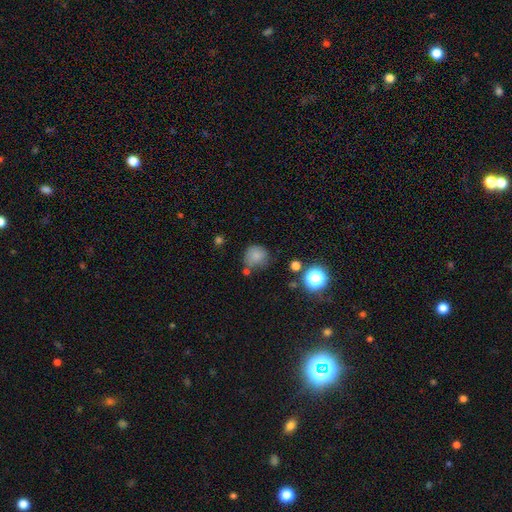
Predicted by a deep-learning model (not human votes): Smooth or featured? smooth (79%)
How rounded? round (85%)
Merging? none (60%)